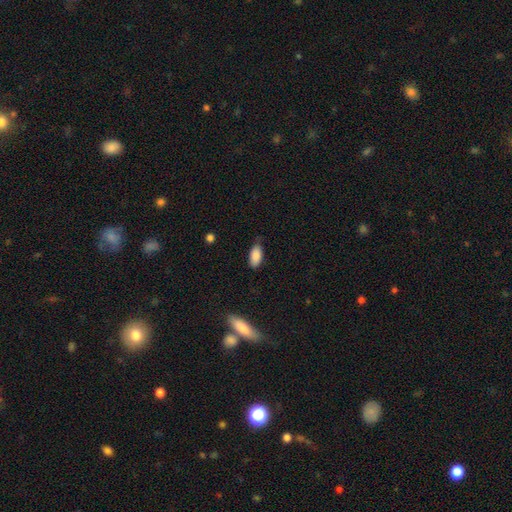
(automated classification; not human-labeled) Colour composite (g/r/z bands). It shows a smooth galaxy with no disk features (87%) that is in between round and cigar-shaped (91%). Merging: none (70%).